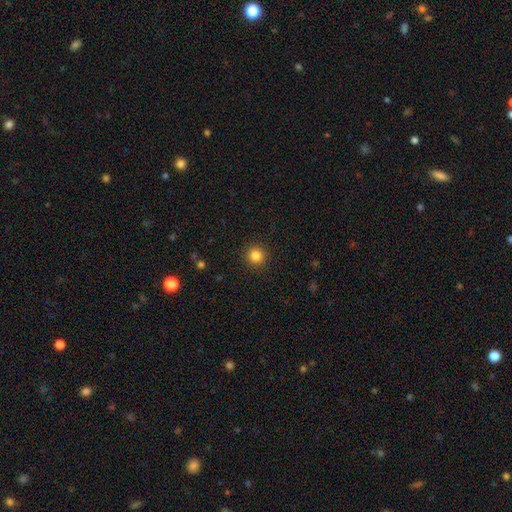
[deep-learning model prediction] Overall: smooth (84%). How rounded: round (95%). Merging: none (92%).